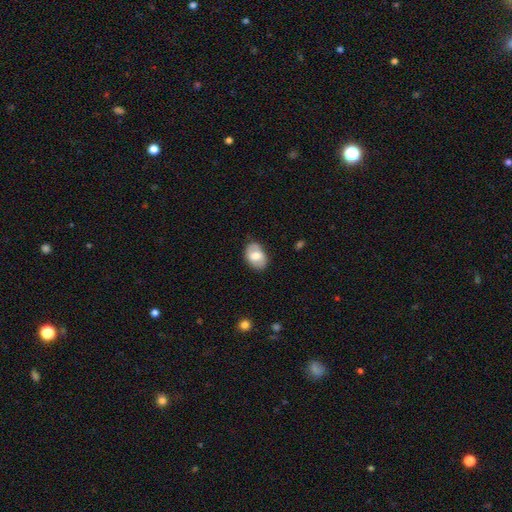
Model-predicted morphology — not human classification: Q: Smooth or featured?
A: smooth (66%); runner-up: featured or disk (27%)
Q: How rounded?
A: in between (82%); runner-up: round (16%)
Q: Merging?
A: none (78%); runner-up: minor disturbance (17%)